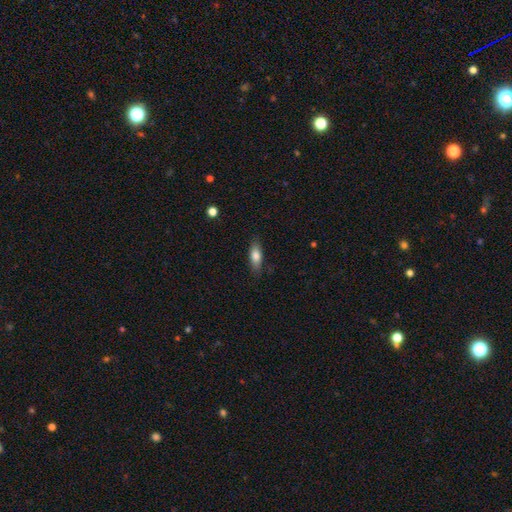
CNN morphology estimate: Smooth or featured?
  - smooth: 78% *
  - featured or disk: 15%
  - star or artifact: 7%
How rounded?
  - in between: 70% *
  - cigar-shaped: 27%
  - round: 3%
Merging?
  - none: 83% *
  - minor disturbance: 13%
  - major disturbance: 3%
  - merger: 1%